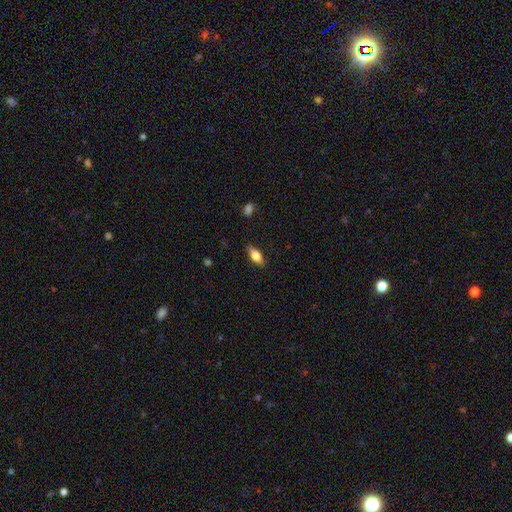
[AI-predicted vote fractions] smooth-or-featured: smooth: 60% | featured or disk: 32% | star or artifact: 7%
  how-rounded: in between: 70% | cigar-shaped: 26% | round: 3%
  merging: none: 85% | minor disturbance: 11% | major disturbance: 2% | merger: 1%